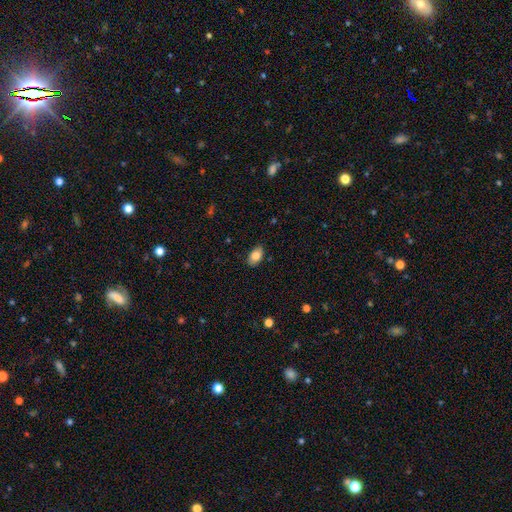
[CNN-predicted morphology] Smooth or featured?
  - smooth: 83% *
  - featured or disk: 9%
  - star or artifact: 7%
How rounded?
  - in between: 92% *
  - round: 7%
  - cigar-shaped: 2%
Merging?
  - none: 85% *
  - minor disturbance: 12%
  - major disturbance: 2%
  - merger: 1%